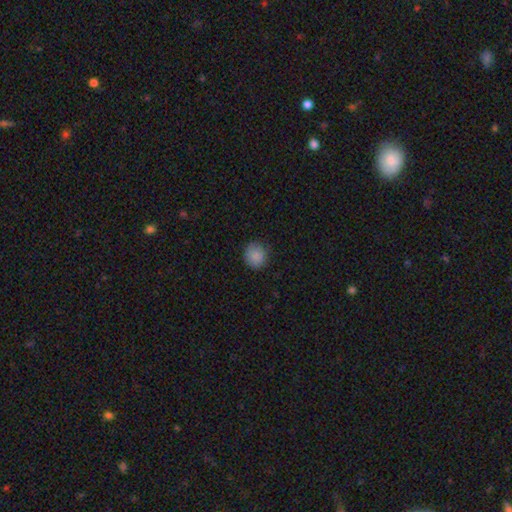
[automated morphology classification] Smooth or featured? Predicted: smooth (p=0.87). How rounded? Predicted: round (p=0.90). Merging? Predicted: none (p=0.85).